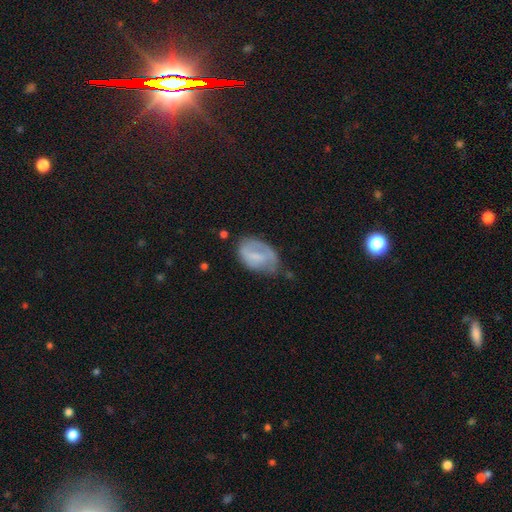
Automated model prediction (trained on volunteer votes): The model was most divided on "merging": none: 45%, minor disturbance: 35%, major disturbance: 17%, merger: 3%. More confident: how rounded — in between (89%); smooth or featured — smooth (52%).